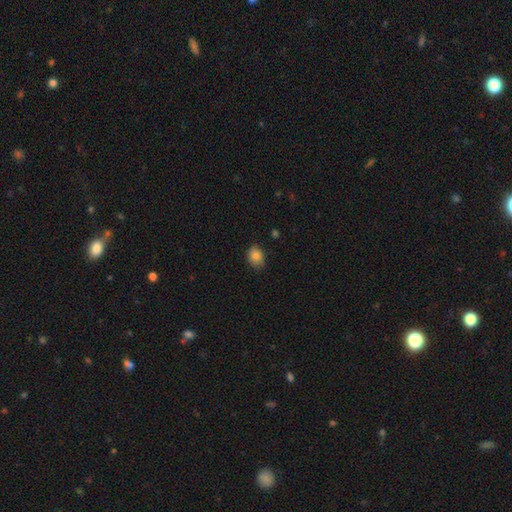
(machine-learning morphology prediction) smooth_or_featured: smooth (p=0.83) [alt: star or artifact p=0.09]
how_rounded: in between (p=0.59) [alt: round p=0.40]
merging: none (p=0.75) [alt: minor disturbance p=0.20]